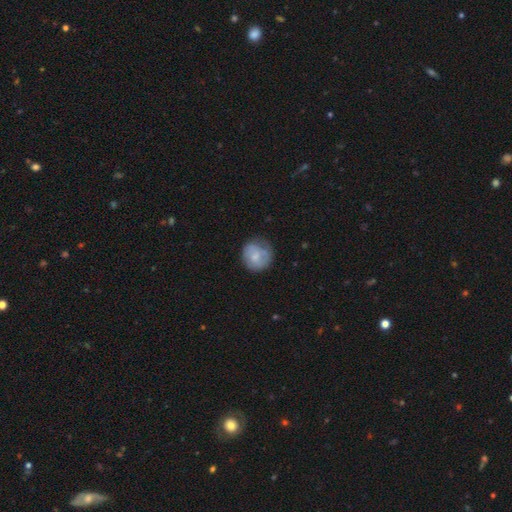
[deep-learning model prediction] Q: Smooth or featured?
A: smooth (64%); runner-up: featured or disk (29%)
Q: How rounded?
A: round (84%); runner-up: in between (15%)
Q: Merging?
A: none (61%); runner-up: minor disturbance (26%)